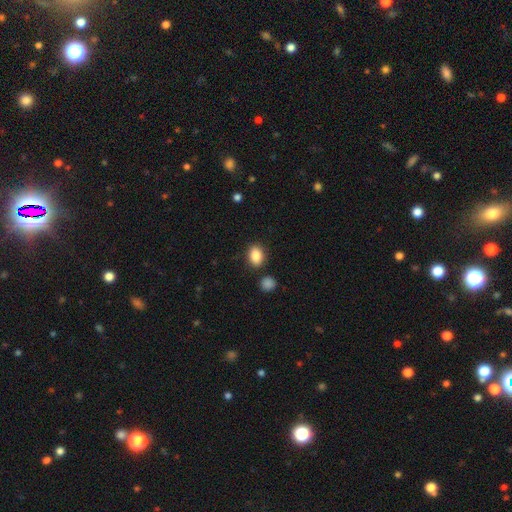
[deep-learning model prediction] Morphology: type=smooth (86%); roundness=in between (70%); merging=none (84%).